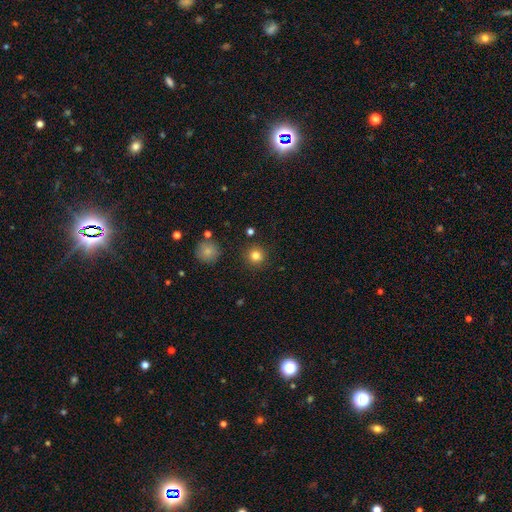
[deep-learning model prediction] Smooth or featured: smooth — 81% (star or artifact — 13%)
How rounded: round — 94% (in between — 5%)
Merging: none — 89% (minor disturbance — 7%)